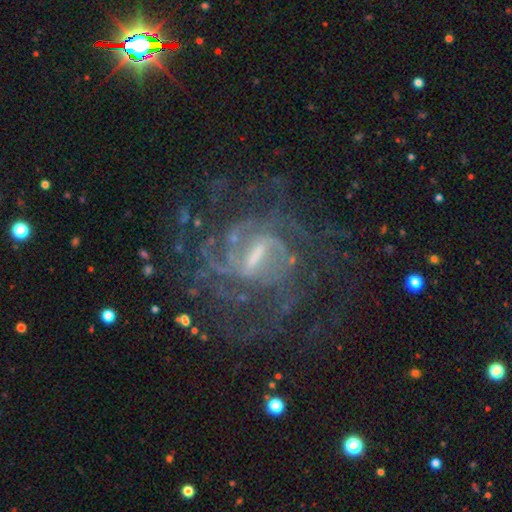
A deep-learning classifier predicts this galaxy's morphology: This appears to be a featured or disk galaxy (87%) with a strong bar (47%), medium (45%) spiral arms (96%) and a small central bulge (46%). Merging: none (60%).